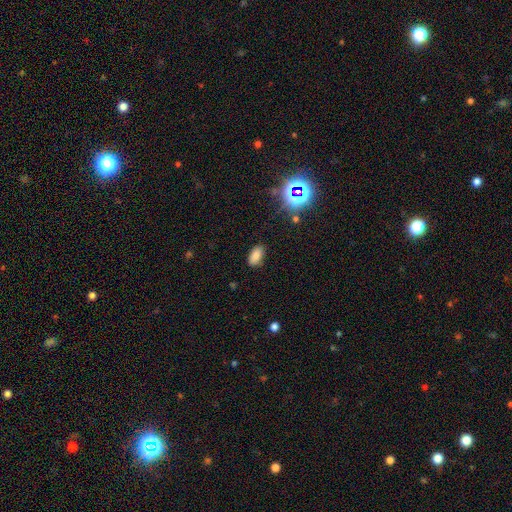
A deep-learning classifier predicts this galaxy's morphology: This is likely a smooth galaxy (80%). How rounded: clearly in between (93%). Merging: clearly none (85%).